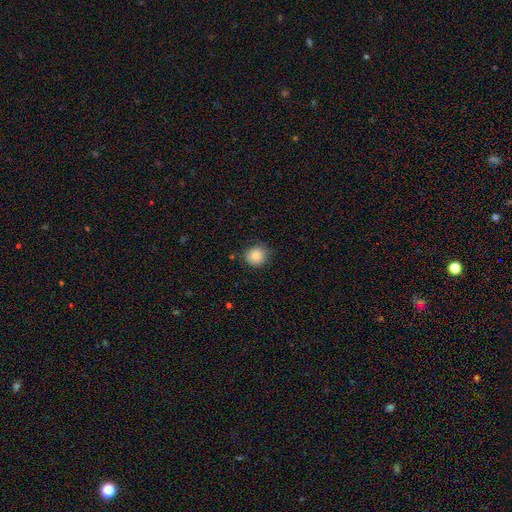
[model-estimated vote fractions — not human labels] A smooth galaxy with no disk features (83%) that is round (90%). Merging: none (80%).